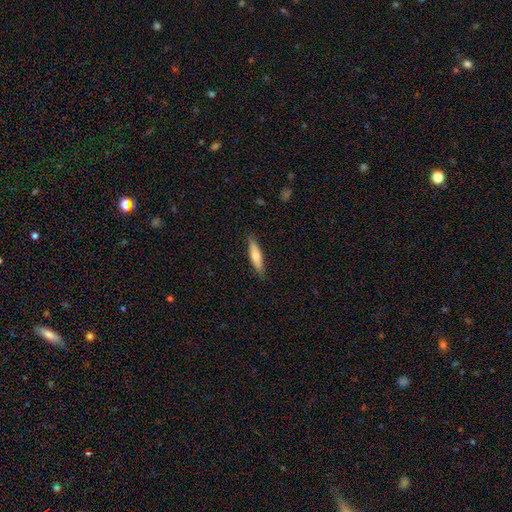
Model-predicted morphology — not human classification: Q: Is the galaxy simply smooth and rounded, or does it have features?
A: smooth — 66%.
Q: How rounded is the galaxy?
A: cigar-shaped — 73%.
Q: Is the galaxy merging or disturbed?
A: none — 87%.